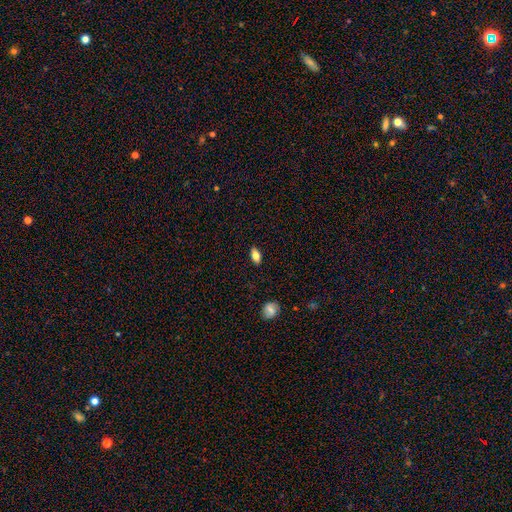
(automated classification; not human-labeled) A smooth galaxy with no disk features (76%) that is in between round and cigar-shaped (87%).

Vote fractions:
- Smooth or featured? smooth: 76% / featured or disk: 16% / star or artifact: 8%
- How rounded? in between: 87% / cigar-shaped: 9% / round: 5%
- Merging? none: 88% / minor disturbance: 9% / major disturbance: 2% / merger: 1%